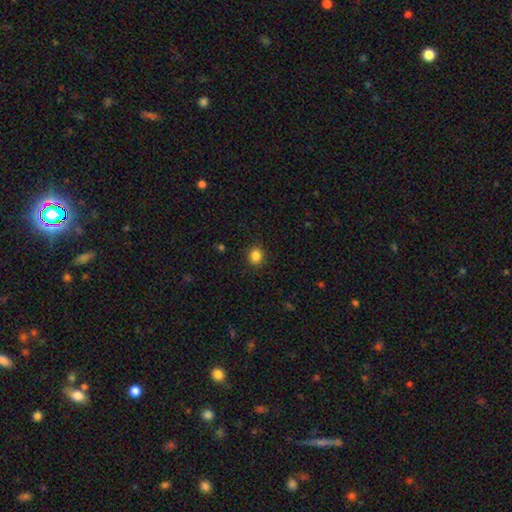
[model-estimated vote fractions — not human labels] Smooth or featured: smooth — 85% (star or artifact — 11%)
How rounded: round — 79% (in between — 21%)
Merging: none — 91% (minor disturbance — 6%)